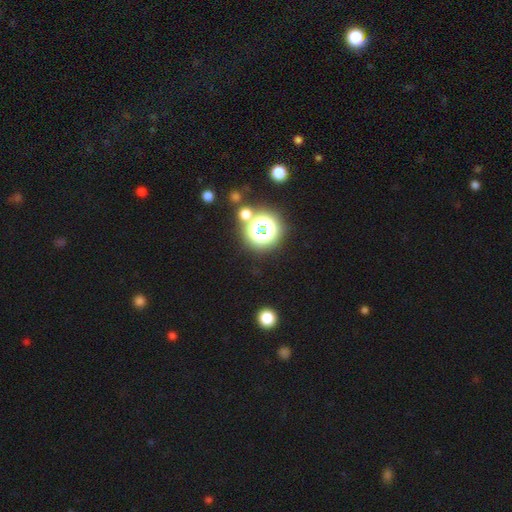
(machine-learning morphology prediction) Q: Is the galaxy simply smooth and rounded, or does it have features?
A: star or artifact — 80%.